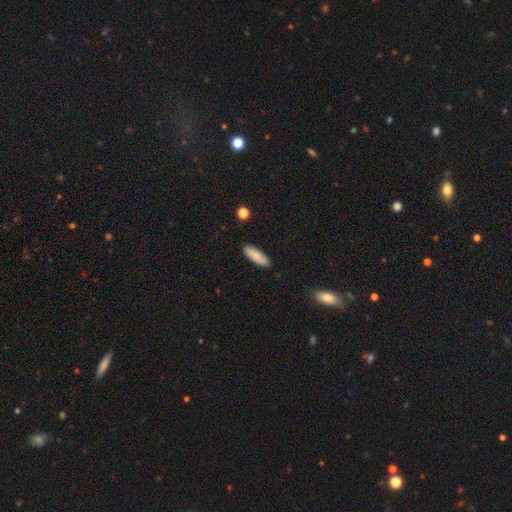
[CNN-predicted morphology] Smooth or featured: smooth — 83% (featured or disk — 11%)
How rounded: in between — 59% (cigar-shaped — 39%)
Merging: none — 88% (minor disturbance — 9%)